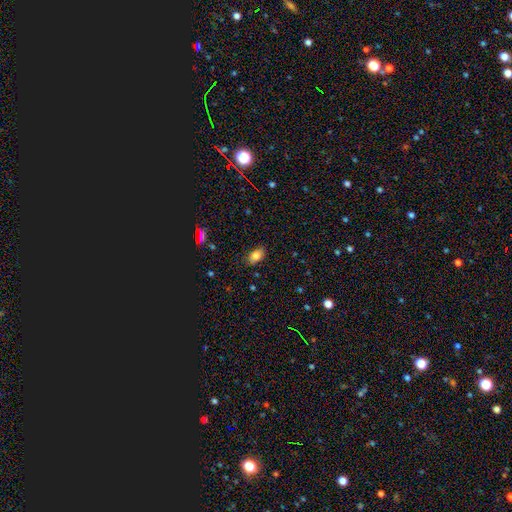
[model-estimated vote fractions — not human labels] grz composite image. It shows a smooth galaxy with no disk features (81%) that is in between round and cigar-shaped (87%). Merging: none (82%).